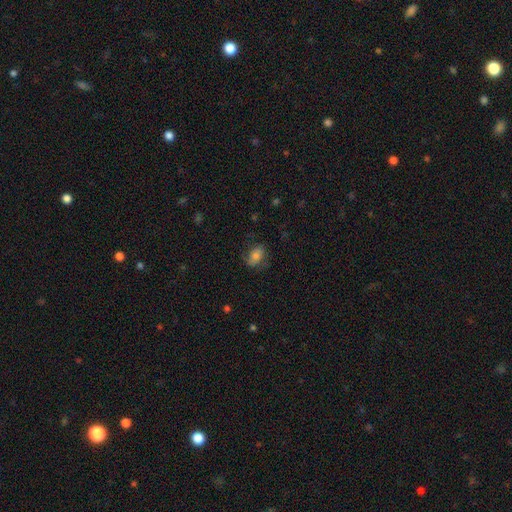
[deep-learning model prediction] Q: Smooth or featured?
A: smooth (73%); runner-up: featured or disk (17%)
Q: How rounded?
A: in between (82%); runner-up: round (15%)
Q: Merging?
A: none (70%); runner-up: minor disturbance (21%)